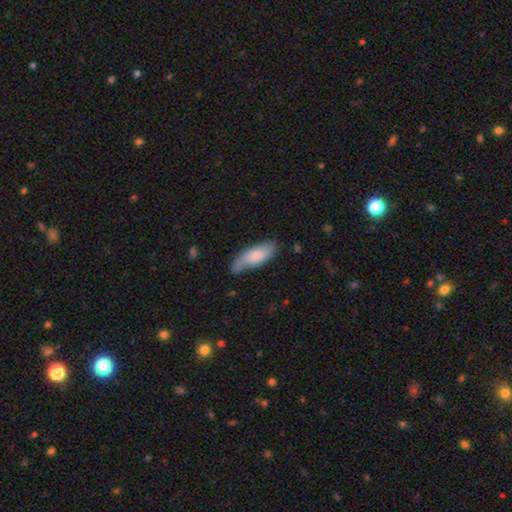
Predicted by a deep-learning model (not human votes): The model was most divided on "merging": none: 58%, minor disturbance: 31%, major disturbance: 7%, merger: 3%. More confident: how rounded — in between (75%); smooth or featured — smooth (68%).